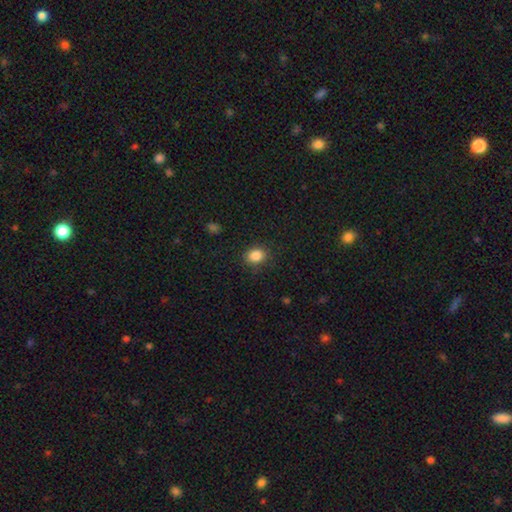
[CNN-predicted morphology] A smooth galaxy with no disk features (86%) that is round (56%).

Vote fractions:
- Smooth or featured? smooth: 86% / star or artifact: 10% / featured or disk: 4%
- How rounded? round: 56% / in between: 43% / cigar-shaped: 1%
- Merging? none: 86% / minor disturbance: 10% / major disturbance: 3% / merger: 1%